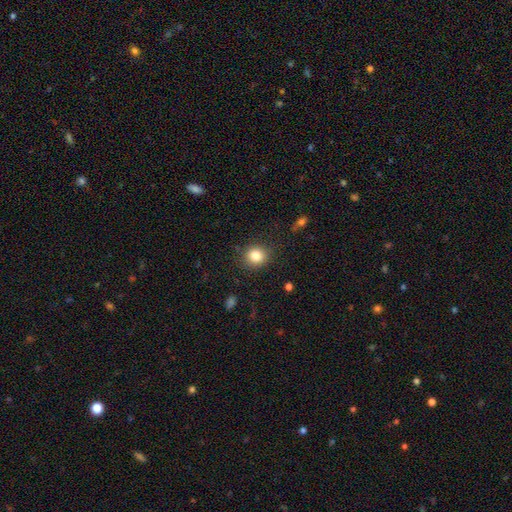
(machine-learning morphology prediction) Smooth or featured? smooth (84%)
How rounded? round (81%)
Merging? none (86%)